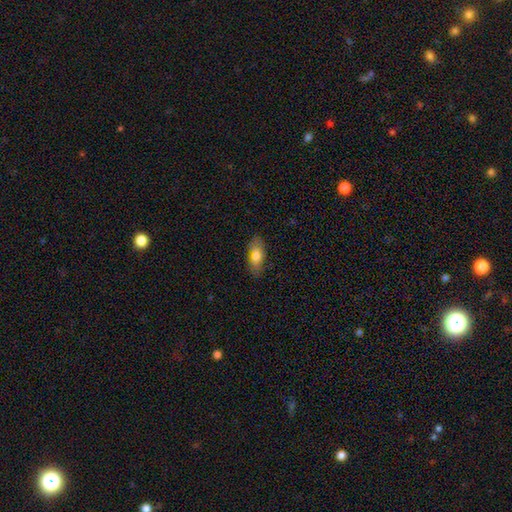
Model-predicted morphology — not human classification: This appears to be a smooth galaxy with no disk features (76%) that is in between round and cigar-shaped (86%). Merging: none (81%).